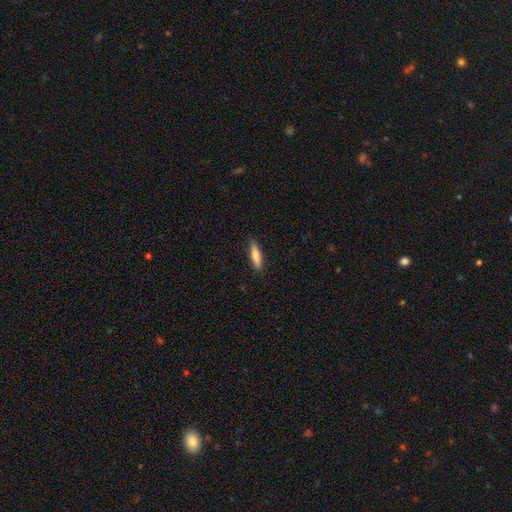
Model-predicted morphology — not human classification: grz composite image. It shows a smooth galaxy with no disk features (79%) that is cigar-shaped (70%). Merging: none (88%).